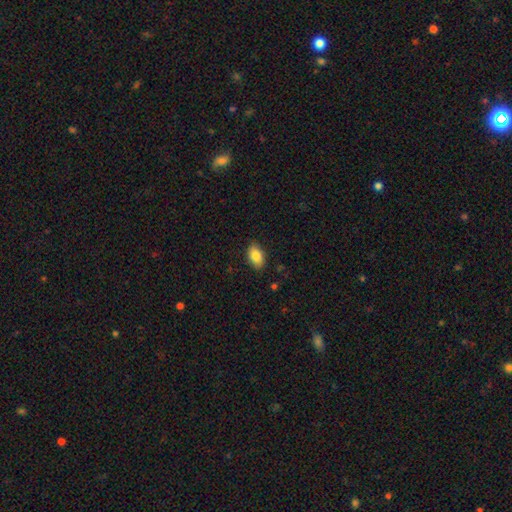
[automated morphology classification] type=smooth (85%); roundness=in between (90%); merging=none (86%).